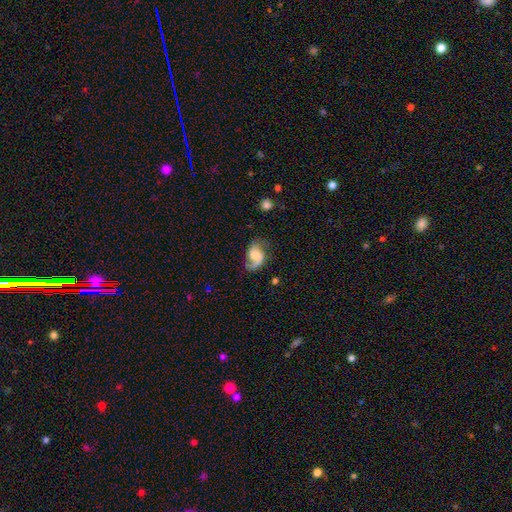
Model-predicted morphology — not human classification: A featured or disk galaxy (78%) with no bar (47%), 2 (75%) loose (50%) spiral arms (96%) and a moderate central bulge (29%).

Vote fractions:
- Smooth or featured? featured or disk: 78% / smooth: 15% / star or artifact: 7%
- Edge-on disk? no: 98% / yes: 2%
- Bar? no: 47% / weak: 42% / strong: 11%
- Spiral arms? yes: 96% / no: 4%
- Spiral winding? loose: 50% / medium: 40% / tight: 11%
- Spiral arm count? 2: 75% / 1: 20% / can't tell: 3% / 3: 1% / 4: 1% / more than 4: 1%
- Bulge size? moderate: 29% / none: 25% / small: 22% / large: 20% / dominant: 3%
- Merging? none: 63% / minor disturbance: 21% / major disturbance: 14% / merger: 3%